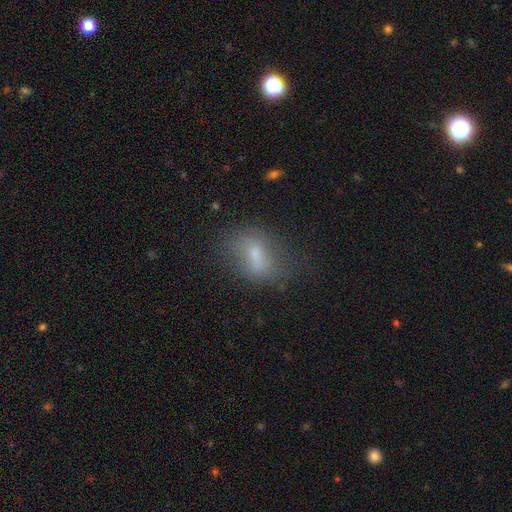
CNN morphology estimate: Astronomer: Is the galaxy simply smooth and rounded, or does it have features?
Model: smooth — 60%.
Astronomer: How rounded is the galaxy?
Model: in between — 77%.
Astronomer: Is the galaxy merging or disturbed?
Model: none — 53%.